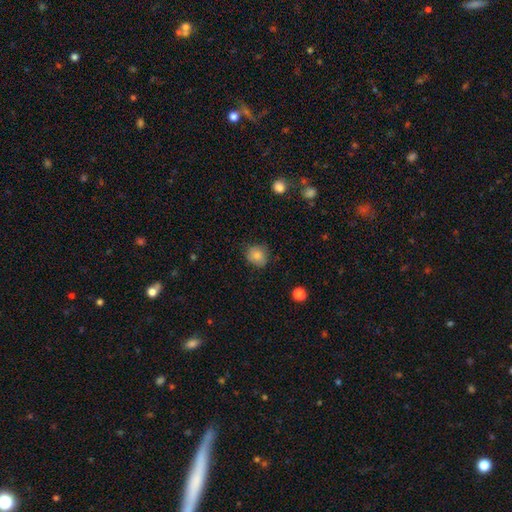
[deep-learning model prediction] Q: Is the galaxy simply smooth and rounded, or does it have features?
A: smooth — 83%.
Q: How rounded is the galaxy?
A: round — 73%.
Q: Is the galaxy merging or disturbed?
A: none — 77%.